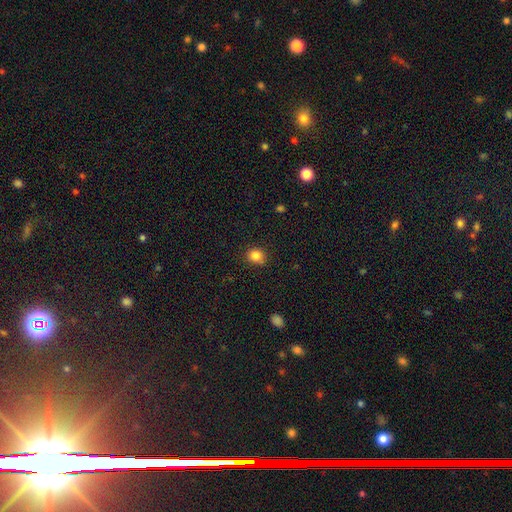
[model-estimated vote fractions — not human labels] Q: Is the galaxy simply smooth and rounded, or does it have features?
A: smooth — 84%.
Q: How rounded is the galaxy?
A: round — 77%.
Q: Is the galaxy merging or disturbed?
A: none — 83%.